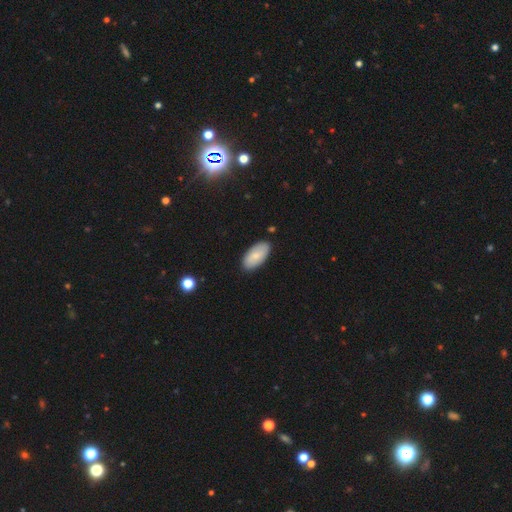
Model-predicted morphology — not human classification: smooth 76%, featured or disk 18%, star or artifact 6%. Down the decision tree: how rounded — in between (94%); merging — none (87%).